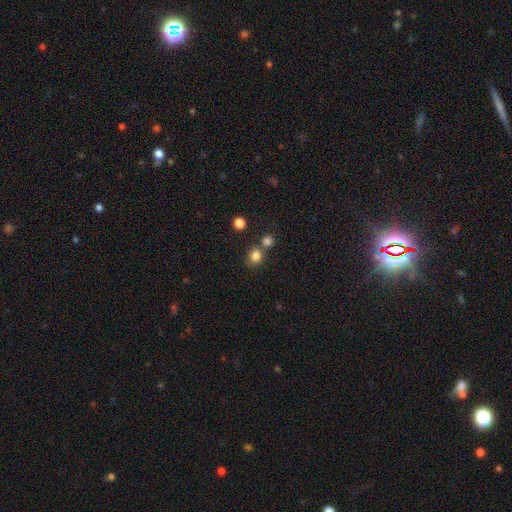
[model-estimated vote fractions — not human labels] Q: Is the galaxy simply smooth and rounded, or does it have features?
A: smooth — 82%.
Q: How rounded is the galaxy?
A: round — 66%.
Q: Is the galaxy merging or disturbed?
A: none — 58%.